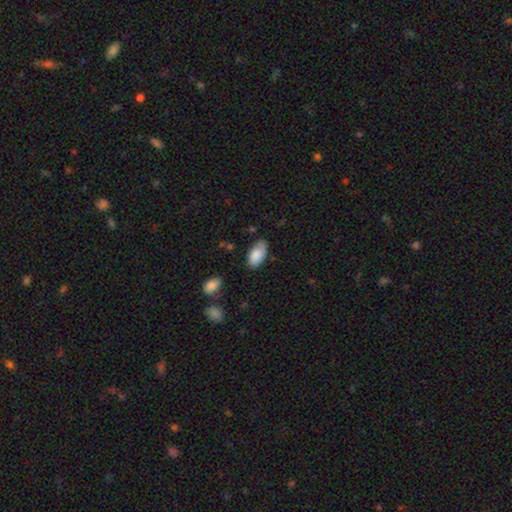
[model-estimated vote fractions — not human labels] smooth_or_featured: smooth (p=0.82) [alt: featured or disk p=0.12]
how_rounded: in between (p=0.95) [alt: round p=0.03]
merging: none (p=0.70) [alt: minor disturbance p=0.23]